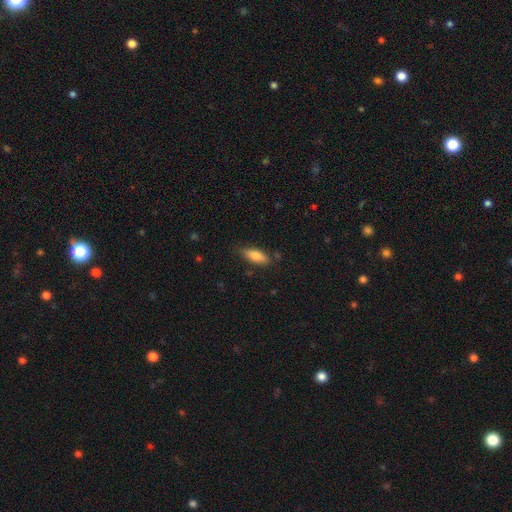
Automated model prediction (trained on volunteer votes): Smooth or featured? smooth (79%)
How rounded? in between (65%)
Merging? none (78%)